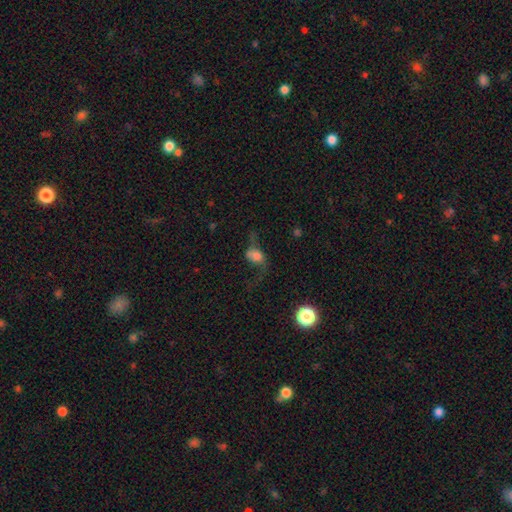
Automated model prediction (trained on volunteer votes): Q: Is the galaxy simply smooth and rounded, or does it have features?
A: smooth — 45%.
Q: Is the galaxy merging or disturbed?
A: major disturbance — 40%.